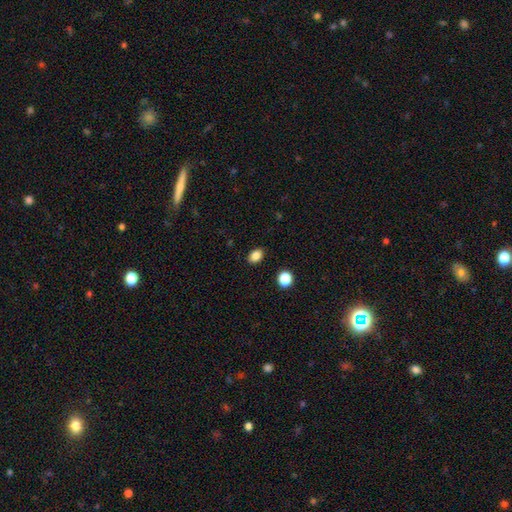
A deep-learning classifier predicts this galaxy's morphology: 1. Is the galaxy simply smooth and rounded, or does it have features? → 85% smooth, 10% star or artifact, 4% featured or disk.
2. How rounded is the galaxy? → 74% in between, 25% round, 1% cigar-shaped.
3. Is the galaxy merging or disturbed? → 88% none, 8% minor disturbance, 2% major disturbance, 2% merger.